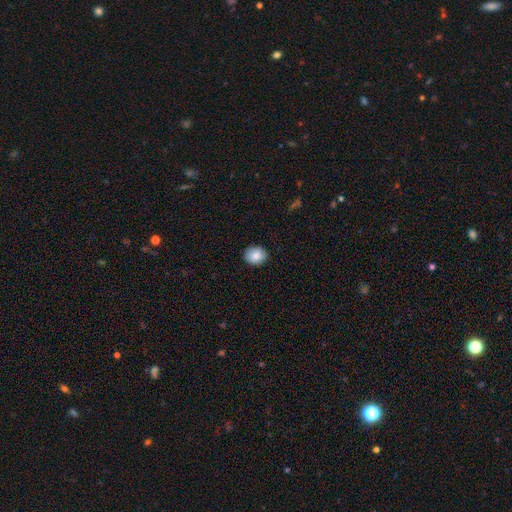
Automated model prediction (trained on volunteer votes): smooth-or-featured: smooth: 86% | star or artifact: 8% | featured or disk: 6%
  how-rounded: round: 57% | in between: 42% | cigar-shaped: 1%
  merging: none: 86% | minor disturbance: 11% | major disturbance: 2% | merger: 1%